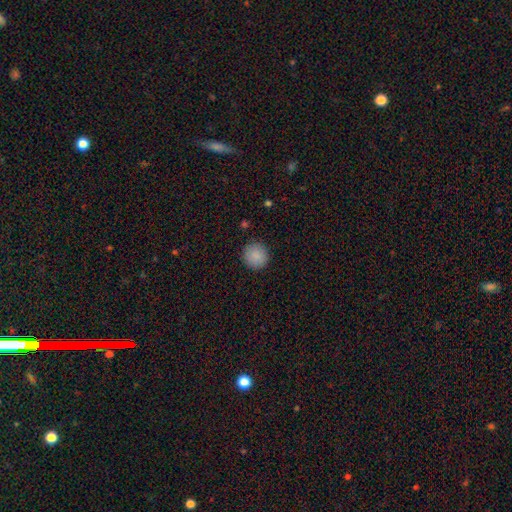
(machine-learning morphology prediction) This is clearly a smooth galaxy (89%). How rounded: clearly round (95%). Merging: clearly none (91%).